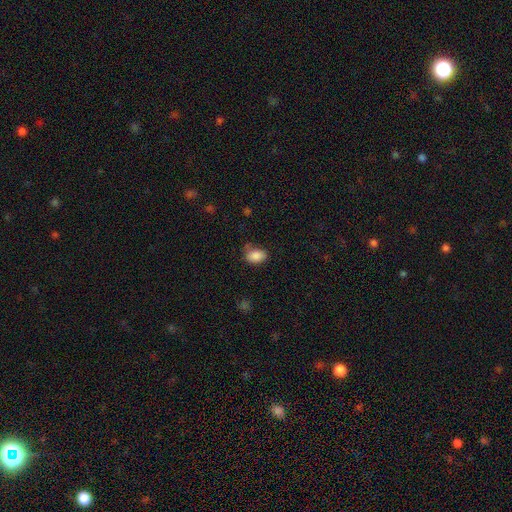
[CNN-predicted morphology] A smooth galaxy with no disk features (87%) that is in between round and cigar-shaped (85%). Merging: none (62%).